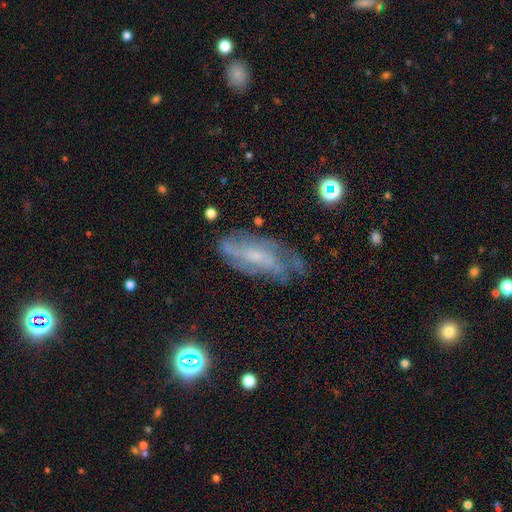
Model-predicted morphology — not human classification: This is likely a featured or disk galaxy (70%). It is clearly not viewed edge-on (86%). Bar: possibly no (55%). Spiral arm pattern: clearly yes (83%). Spiral arm count: possibly can't tell (48%). Spiral winding: marginally medium (40%). Central bulge: possibly small (59%). Merging: likely none (62%).